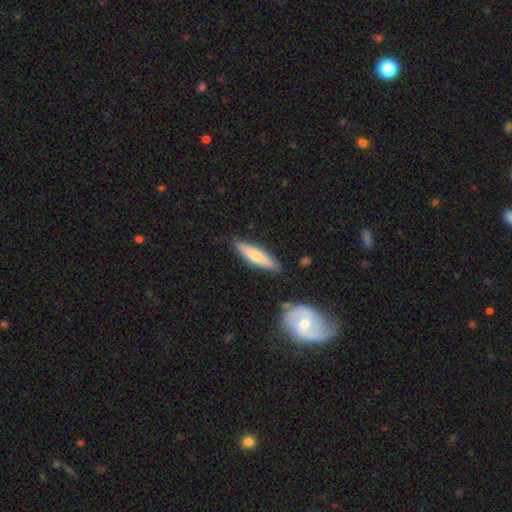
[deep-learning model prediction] smooth-or-featured: smooth: 64% | featured or disk: 30% | star or artifact: 6%
  how-rounded: cigar-shaped: 75% | in between: 23% | round: 2%
  merging: none: 83% | minor disturbance: 12% | merger: 3% | major disturbance: 2%